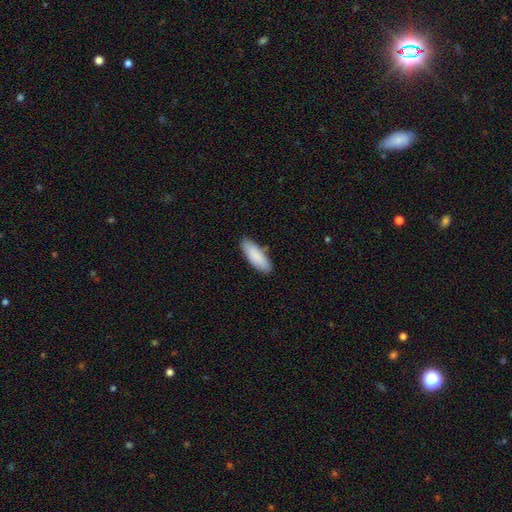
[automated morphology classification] smooth_or_featured: smooth (p=0.88) [alt: featured or disk p=0.07]
how_rounded: in between (p=0.62) [alt: cigar-shaped p=0.36]
merging: none (p=0.85) [alt: minor disturbance p=0.11]